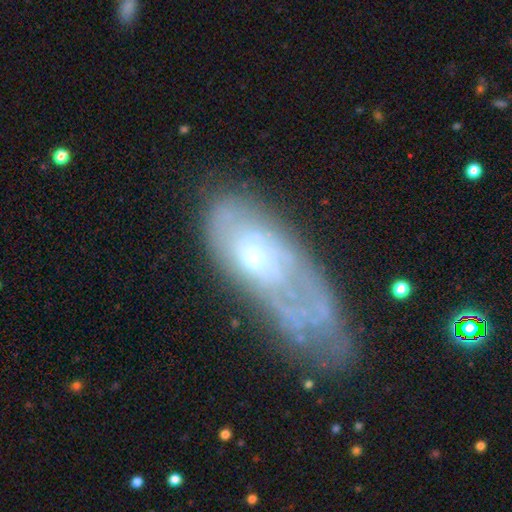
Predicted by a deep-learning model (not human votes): Smooth or featured?
  - featured or disk: 58% *
  - smooth: 33%
  - star or artifact: 8%
Edge-on disk?
  - no: 85% *
  - yes: 15%
Merging?
  - none: 42% *
  - minor disturbance: 28%
  - major disturbance: 25%
  - merger: 5%